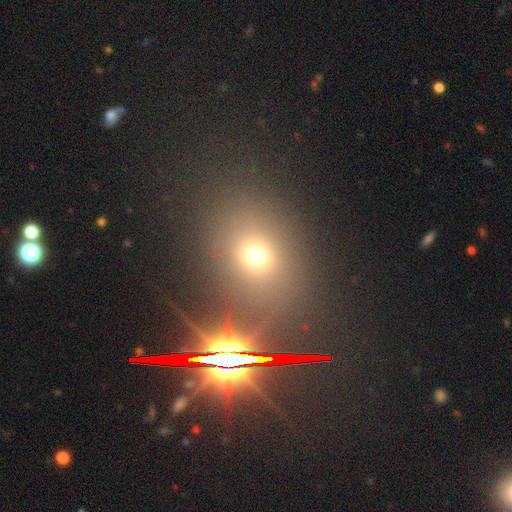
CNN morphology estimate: This appears to be a smooth galaxy with no disk features (65%) that is round (60%). Merging: none (67%).